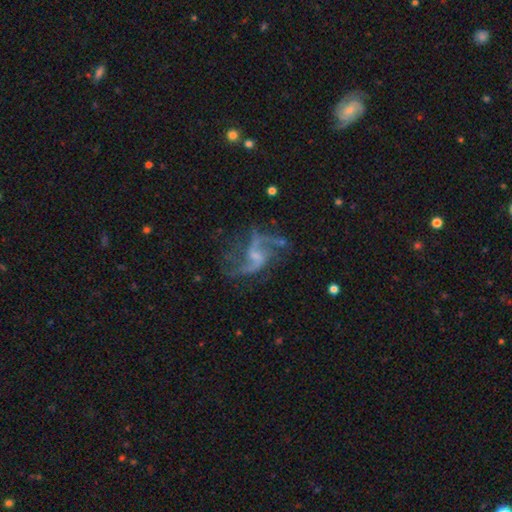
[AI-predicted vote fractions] A featured or disk galaxy (87%) with a weak bar (48%), 2 (85%) loose (77%) spiral arms (95%) and a small central bulge (54%). Merging: none (61%).